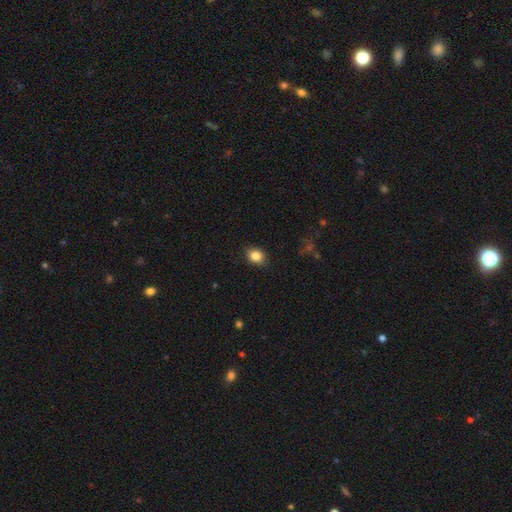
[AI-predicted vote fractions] Smooth or featured: smooth — 83% (star or artifact — 10%)
How rounded: in between — 54% (round — 45%)
Merging: none — 83% (minor disturbance — 13%)